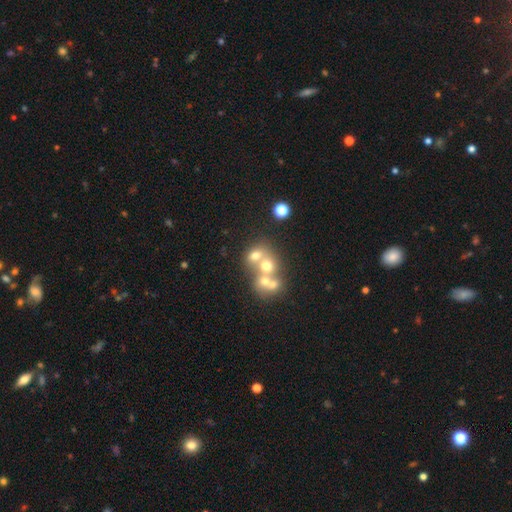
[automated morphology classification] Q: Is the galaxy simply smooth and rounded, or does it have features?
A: smooth — 60%.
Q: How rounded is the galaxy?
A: round — 64%.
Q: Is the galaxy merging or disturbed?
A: merger — 55%.